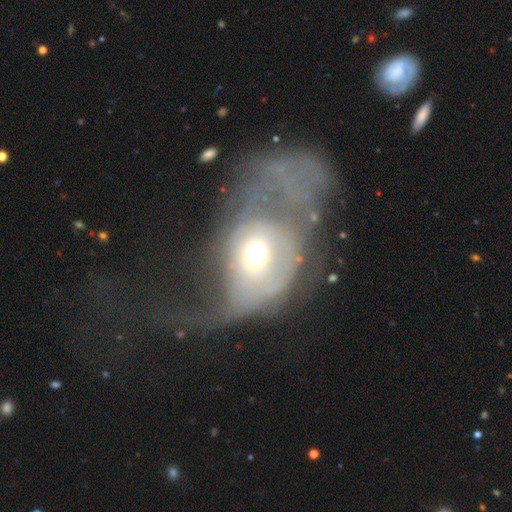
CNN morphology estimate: Overall: featured or disk (54%; smooth 35%). Edge-on disk: no (94%). Bar: no (82%). Spiral arms: no (66%; yes 34%). Bulge size: moderate (65%). Merging: major disturbance (66%).